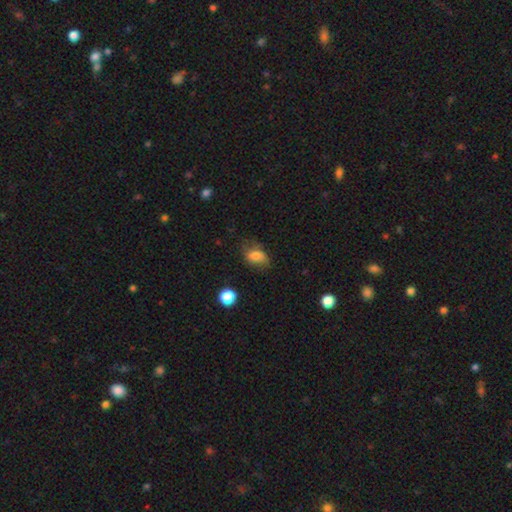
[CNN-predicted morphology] This appears to be a smooth galaxy with no disk features (72%) that is in between round and cigar-shaped (79%). Merging: none (55%).